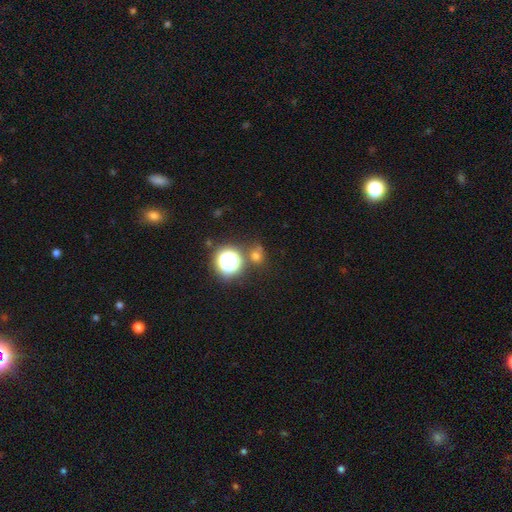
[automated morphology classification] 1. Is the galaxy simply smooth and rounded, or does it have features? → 62% smooth, 31% star or artifact, 8% featured or disk.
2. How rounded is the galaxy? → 81% round, 17% in between, 1% cigar-shaped.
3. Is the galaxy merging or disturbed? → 69% none, 14% merger, 12% minor disturbance, 5% major disturbance.